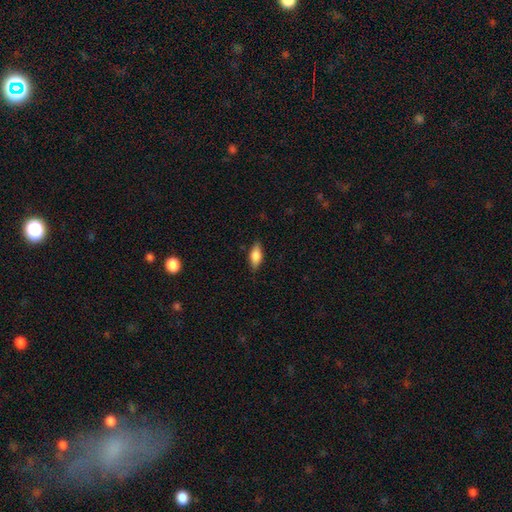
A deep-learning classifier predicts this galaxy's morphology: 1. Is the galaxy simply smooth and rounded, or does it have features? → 78% smooth, 15% featured or disk, 7% star or artifact.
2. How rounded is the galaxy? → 82% in between, 15% cigar-shaped, 3% round.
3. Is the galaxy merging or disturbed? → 83% none, 13% minor disturbance, 3% major disturbance, 1% merger.